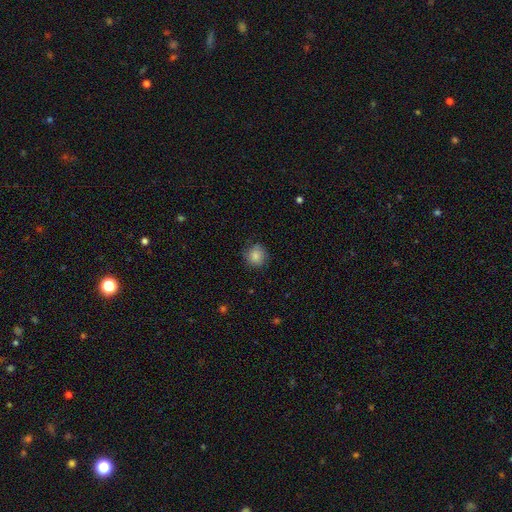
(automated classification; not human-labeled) A smooth galaxy with no disk features (84%) that is round (85%).

Vote fractions:
- Smooth or featured? smooth: 84% / star or artifact: 9% / featured or disk: 7%
- How rounded? round: 85% / in between: 14% / cigar-shaped: 1%
- Merging? none: 79% / minor disturbance: 16% / major disturbance: 4% / merger: 1%